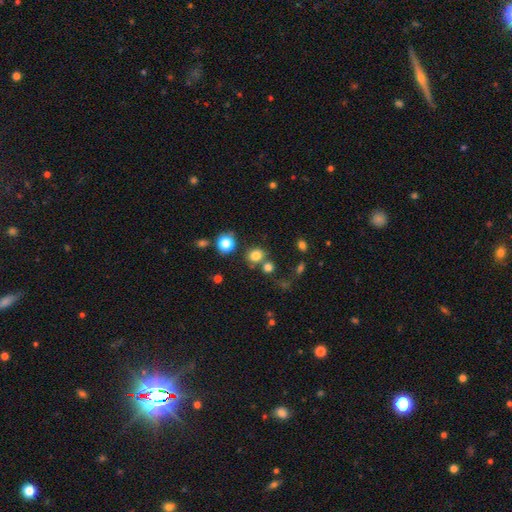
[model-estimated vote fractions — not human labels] This appears to be a smooth galaxy with no disk features (78%) that is round (82%). Merging: none (71%).